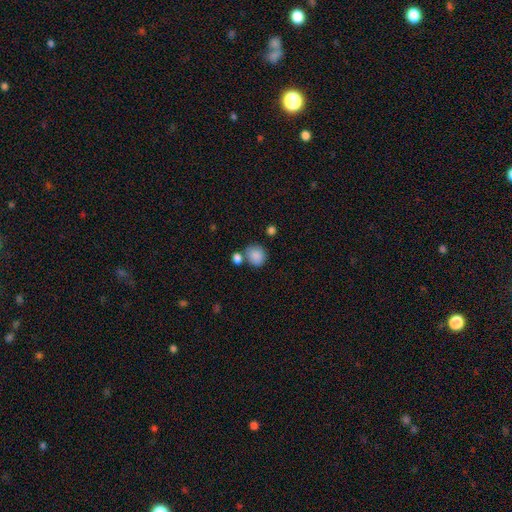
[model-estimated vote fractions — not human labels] This is clearly a smooth galaxy (87%). How rounded: likely round (76%). Merging: likely none (62%).